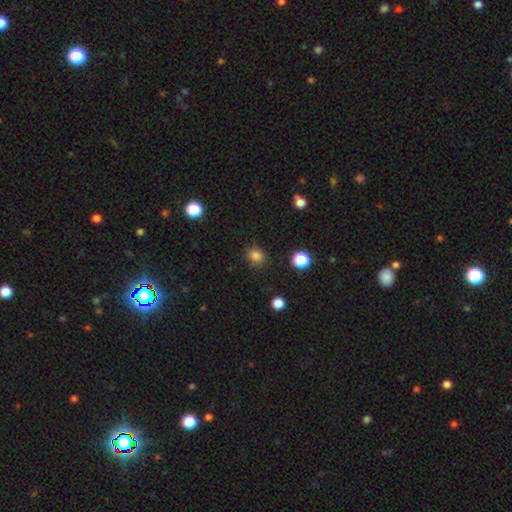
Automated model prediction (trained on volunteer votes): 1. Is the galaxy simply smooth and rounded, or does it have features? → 83% smooth, 13% star or artifact, 4% featured or disk.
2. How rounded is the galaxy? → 75% round, 24% in between, 1% cigar-shaped.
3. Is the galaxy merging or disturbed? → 85% none, 11% minor disturbance, 3% major disturbance, 2% merger.